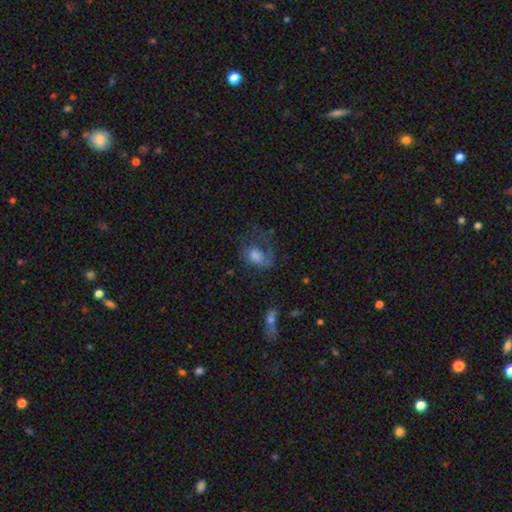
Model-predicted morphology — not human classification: The model was most divided on "smooth or featured": smooth: 48%, featured or disk: 40%, star or artifact: 12%. Remaining: merging — major disturbance (43%).